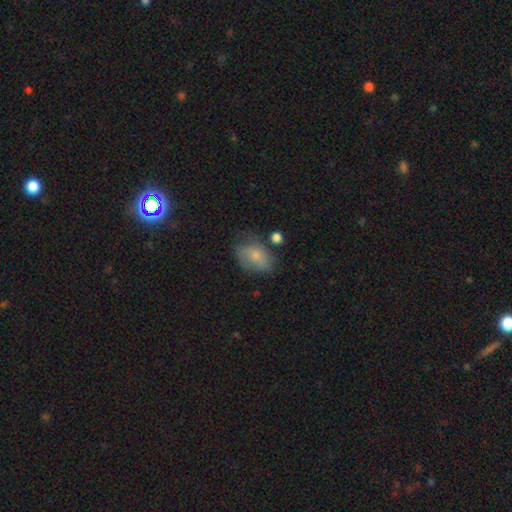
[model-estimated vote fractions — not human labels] This is likely a smooth galaxy (73%). How rounded: clearly in between (82%). Merging: possibly none (52%).